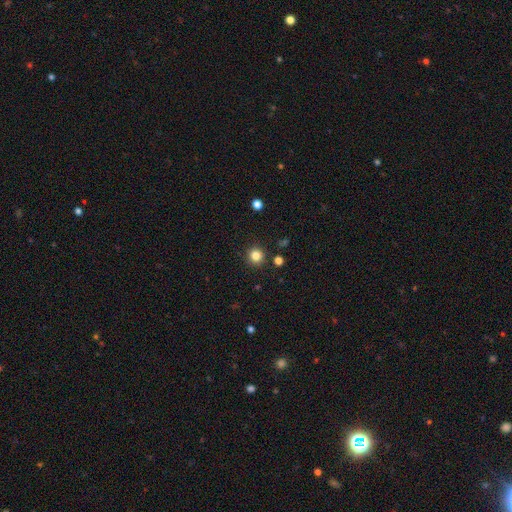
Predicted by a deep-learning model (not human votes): This appears to be a smooth galaxy with no disk features (83%) that is round (93%). Merging: none (91%).